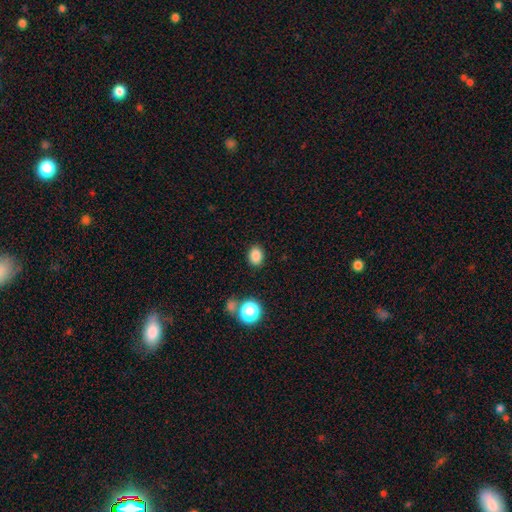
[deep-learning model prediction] Smooth or featured?
  - smooth: 84% *
  - star or artifact: 12%
  - featured or disk: 4%
How rounded?
  - in between: 60% *
  - round: 39%
  - cigar-shaped: 1%
Merging?
  - none: 86% *
  - minor disturbance: 8%
  - major disturbance: 3%
  - merger: 2%